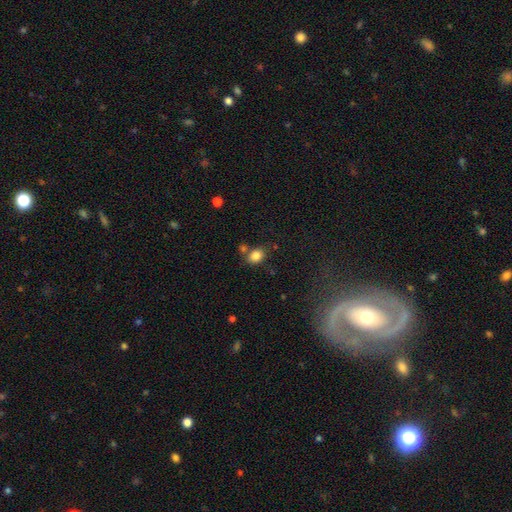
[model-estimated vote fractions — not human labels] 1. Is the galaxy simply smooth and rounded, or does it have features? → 84% smooth, 10% star or artifact, 6% featured or disk.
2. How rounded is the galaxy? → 50% round, 49% in between, 1% cigar-shaped.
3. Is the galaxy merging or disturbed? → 65% none, 17% merger, 14% minor disturbance, 4% major disturbance.